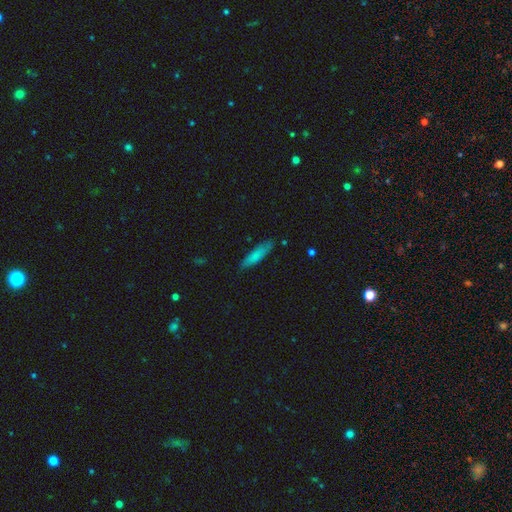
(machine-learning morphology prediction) type=smooth (78%); roundness=cigar-shaped (78%); merging=none (83%).